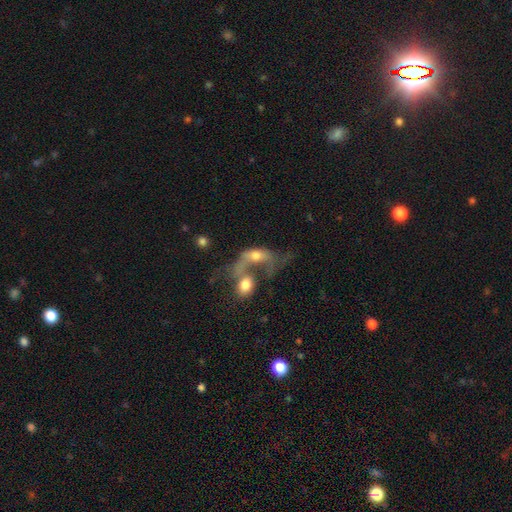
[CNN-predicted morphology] The model was most divided on "smooth or featured": smooth: 48%, featured or disk: 42%, star or artifact: 11%. More confident: merging — merger (66%).